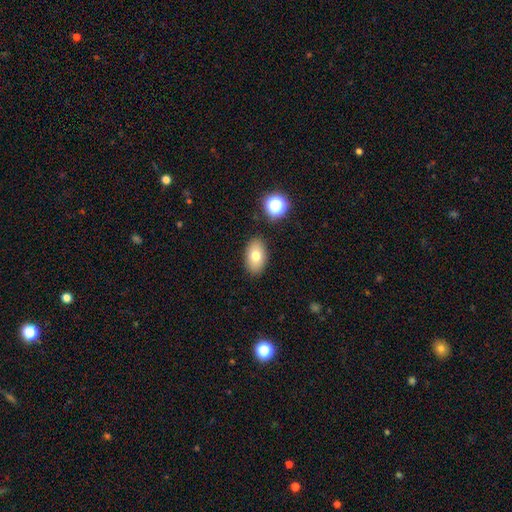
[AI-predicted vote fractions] This is likely a smooth galaxy (76%). How rounded: clearly in between (90%). Merging: clearly none (86%).